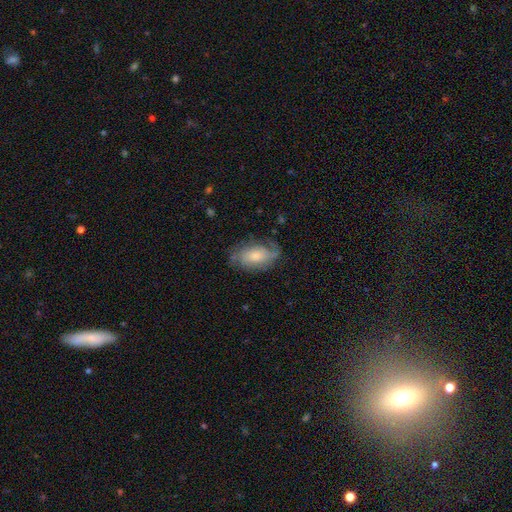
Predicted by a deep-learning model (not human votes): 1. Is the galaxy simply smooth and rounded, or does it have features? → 48% featured or disk, 45% smooth, 7% star or artifact.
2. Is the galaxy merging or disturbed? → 62% none, 25% minor disturbance, 11% major disturbance, 2% merger.